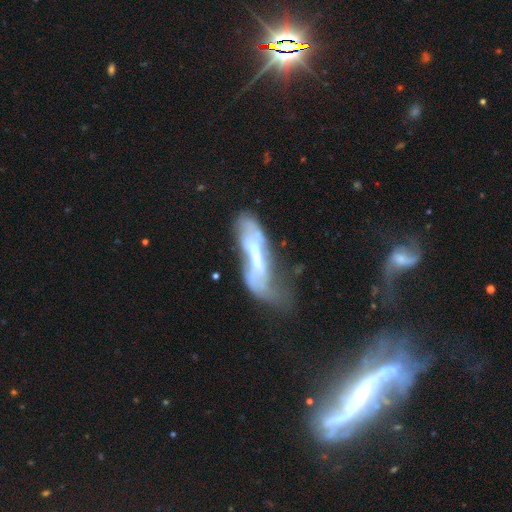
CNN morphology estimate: Smooth or featured?
  - featured or disk: 59% *
  - smooth: 33%
  - star or artifact: 8%
Edge-on disk?
  - no: 78% *
  - yes: 22%
Merging?
  - major disturbance: 45% *
  - minor disturbance: 22%
  - none: 19%
  - merger: 14%